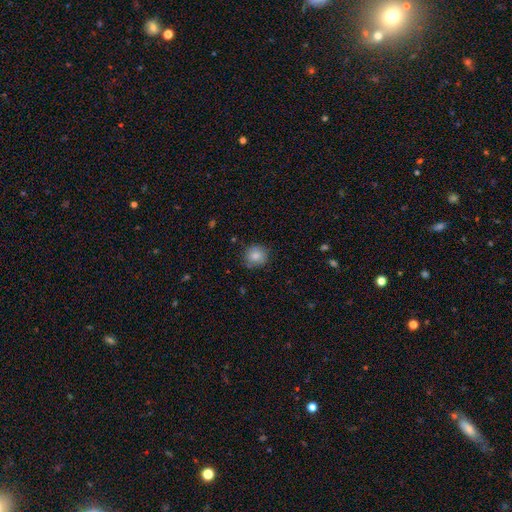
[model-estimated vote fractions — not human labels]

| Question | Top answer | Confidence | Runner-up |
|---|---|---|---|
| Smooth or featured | smooth | 83% | star or artifact (10%) |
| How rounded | round | 91% | in between (8%) |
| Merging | none | 85% | minor disturbance (11%) |